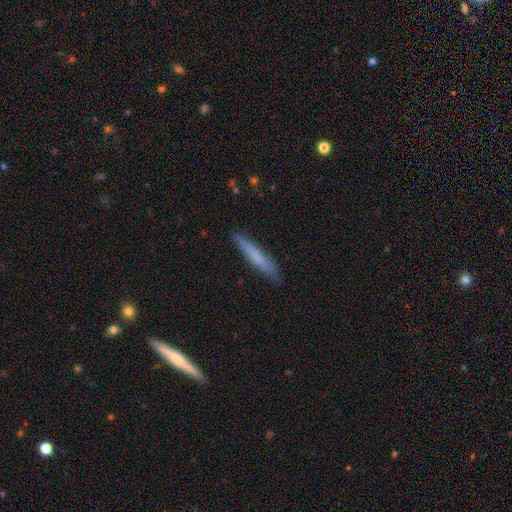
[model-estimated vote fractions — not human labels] Smooth or featured?
  - smooth: 65% *
  - featured or disk: 29%
  - star or artifact: 6%
How rounded?
  - cigar-shaped: 94% *
  - in between: 5%
  - round: 1%
Merging?
  - none: 85% *
  - minor disturbance: 12%
  - major disturbance: 2%
  - merger: 1%